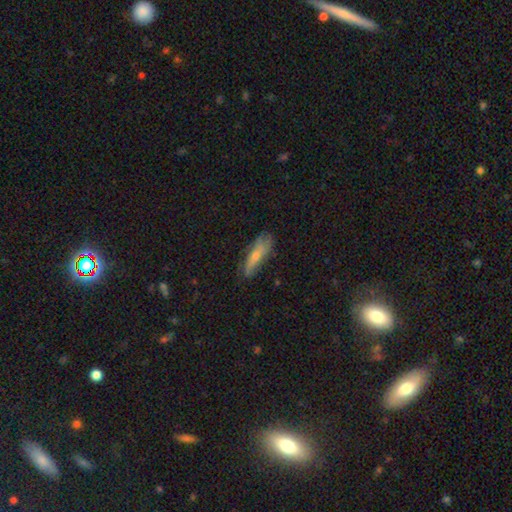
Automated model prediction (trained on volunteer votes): This appears to be a smooth galaxy with no disk features (51%) that is cigar-shaped (56%). Merging: none (63%).